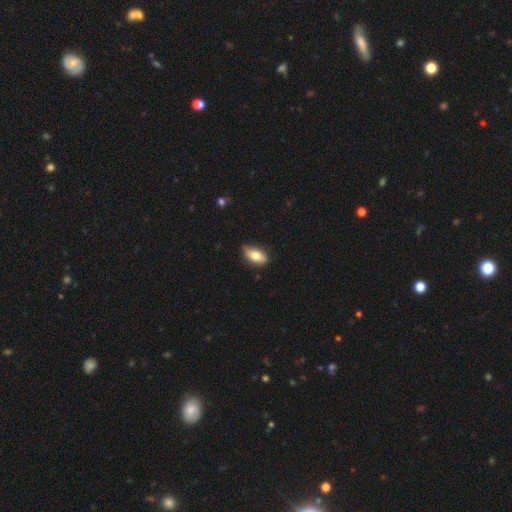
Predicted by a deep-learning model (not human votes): Smooth or featured?
  - smooth: 76% *
  - featured or disk: 17%
  - star or artifact: 7%
How rounded?
  - in between: 90% *
  - cigar-shaped: 5%
  - round: 5%
Merging?
  - none: 67% *
  - minor disturbance: 28%
  - major disturbance: 4%
  - merger: 2%